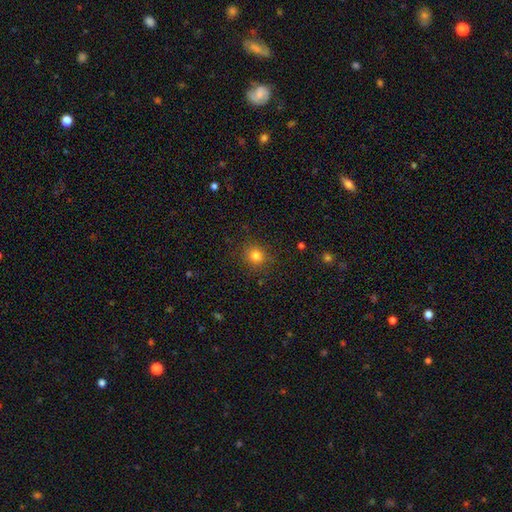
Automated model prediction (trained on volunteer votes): Smooth or featured? smooth (80%)
How rounded? round (84%)
Merging? none (87%)